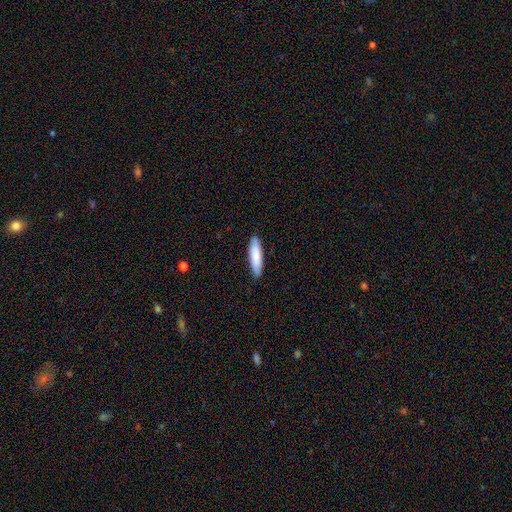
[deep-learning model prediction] smooth 83%, featured or disk 12%, star or artifact 5%. Down the decision tree: how rounded — cigar-shaped (71%); merging — none (88%).